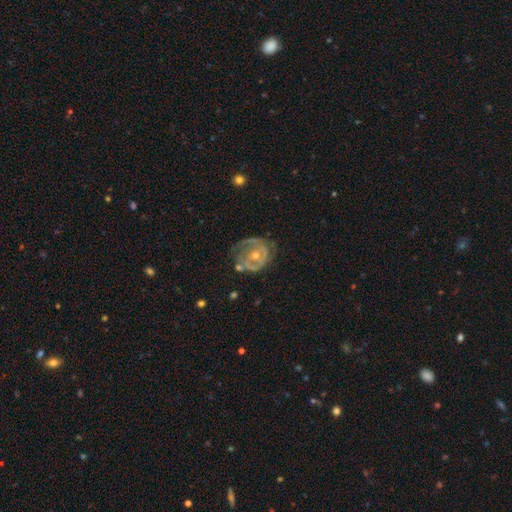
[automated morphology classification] This appears to be a featured or disk galaxy (78%) with no bar (72%), 2 (38%) tight (56%) spiral arms (76%) and a moderate central bulge (52%). Merging: none (55%).